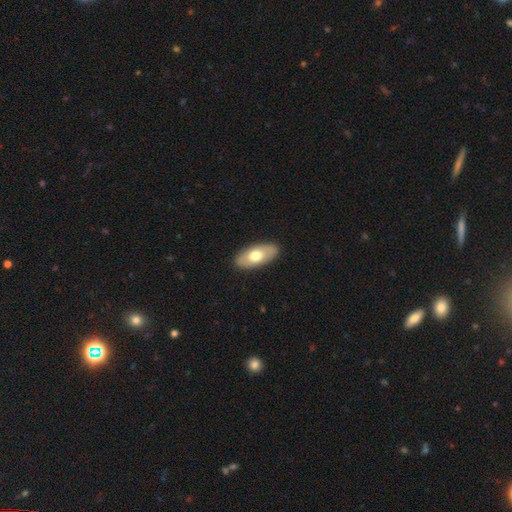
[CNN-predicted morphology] A smooth galaxy with no disk features (65%) that is in between round and cigar-shaped (90%). Merging: none (89%).